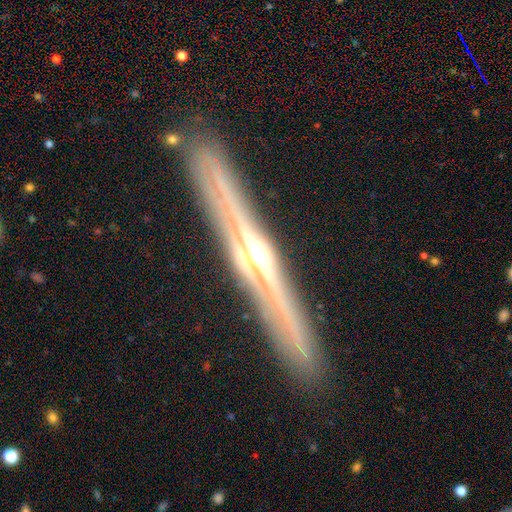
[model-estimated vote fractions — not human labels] Smooth or featured: featured or disk — 86% (smooth — 8%)
Edge-on disk: yes — 96% (no — 4%)
Edge-on bulge: rounded — 88% (boxy — 6%)
Merging: none — 90% (minor disturbance — 7%)